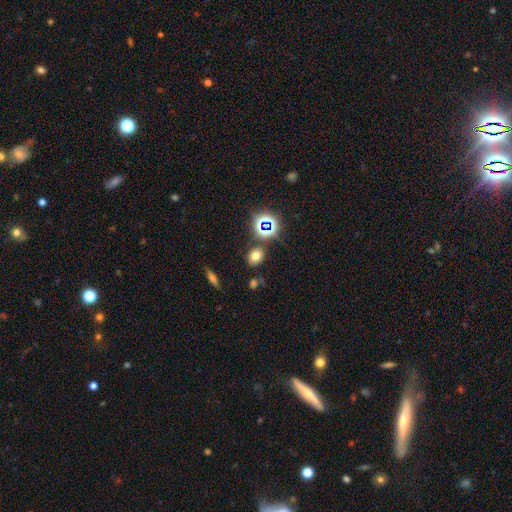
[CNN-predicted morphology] This appears to be a smooth galaxy with no disk features (69%) that is in between round and cigar-shaped (55%). Merging: none (81%).